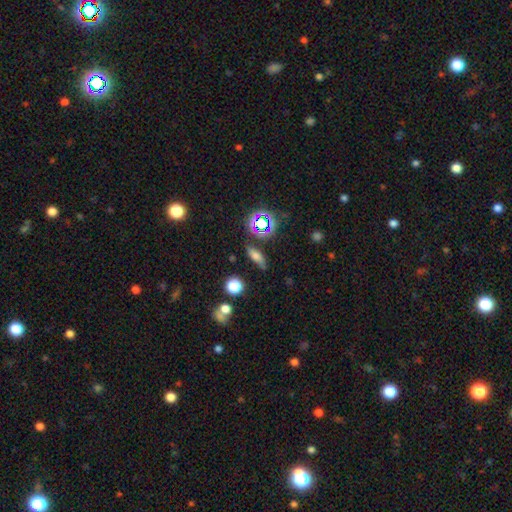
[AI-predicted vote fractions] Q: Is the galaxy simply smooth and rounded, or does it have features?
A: smooth — 63%.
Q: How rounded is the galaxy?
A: in between — 51%.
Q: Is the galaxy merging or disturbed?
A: none — 73%.